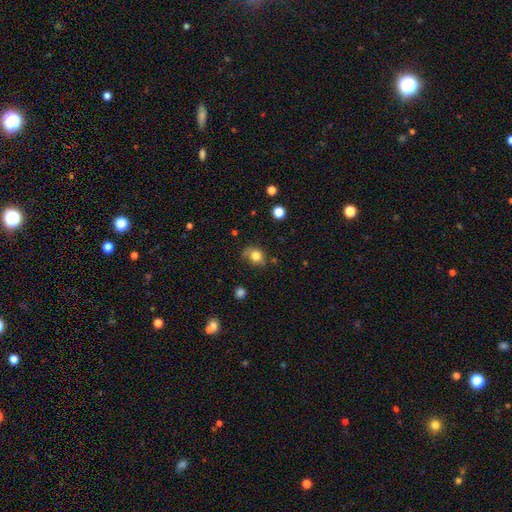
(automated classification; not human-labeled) A smooth galaxy with no disk features (80%) that is round (59%). Merging: none (63%).